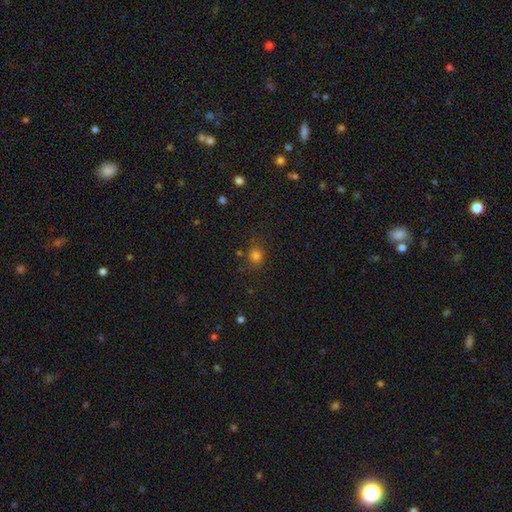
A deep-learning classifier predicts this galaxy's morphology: A smooth galaxy with no disk features (79%) that is round (83%). Merging: none (78%).